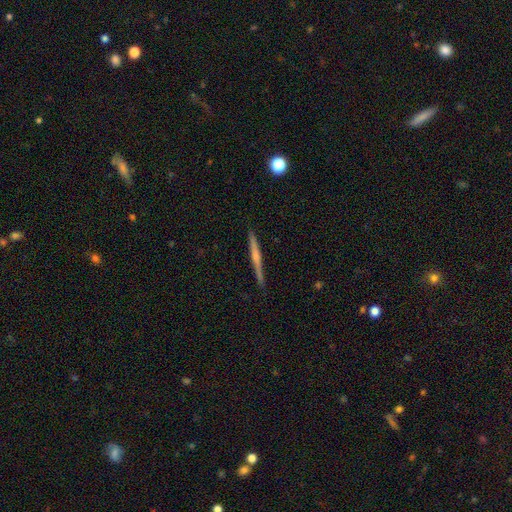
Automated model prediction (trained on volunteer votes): The model was most divided on "edge-on bulge": rounded: 48%, none: 42%, boxy: 10%. More confident: edge-on disk — yes (98%); merging — none (89%); smooth or featured — featured or disk (59%).